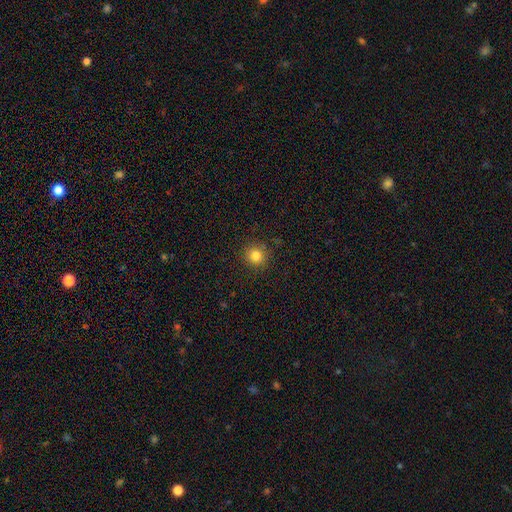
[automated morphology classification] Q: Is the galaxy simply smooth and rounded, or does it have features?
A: smooth — 82%.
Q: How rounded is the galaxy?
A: round — 93%.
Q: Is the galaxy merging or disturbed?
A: none — 90%.